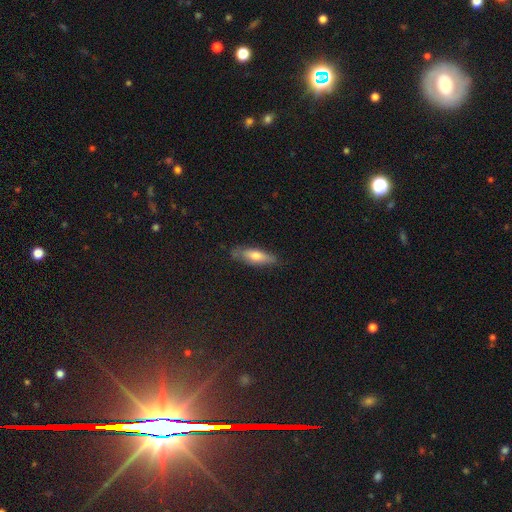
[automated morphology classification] Q: Smooth or featured?
A: smooth (66%); runner-up: featured or disk (27%)
Q: How rounded?
A: in between (52%); runner-up: cigar-shaped (46%)
Q: Merging?
A: none (76%); runner-up: minor disturbance (19%)